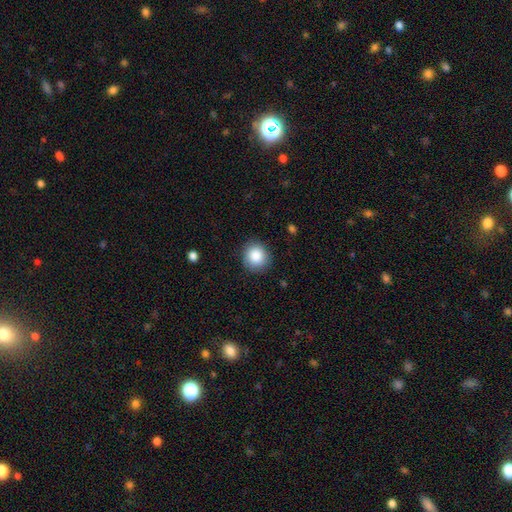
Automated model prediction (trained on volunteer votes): Smooth or featured?
  - smooth: 87% *
  - star or artifact: 9%
  - featured or disk: 4%
How rounded?
  - round: 87% *
  - in between: 12%
  - cigar-shaped: 1%
Merging?
  - none: 87% *
  - minor disturbance: 9%
  - major disturbance: 3%
  - merger: 1%